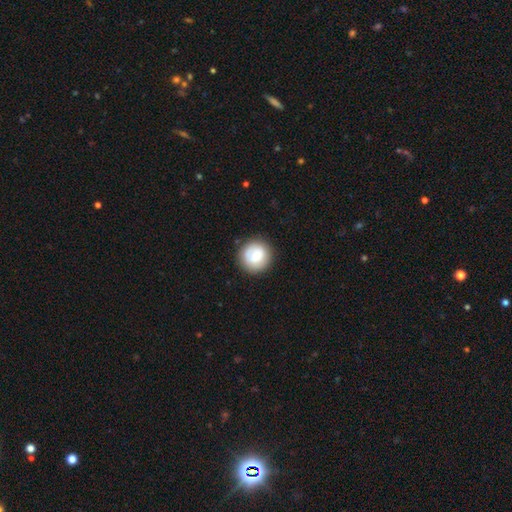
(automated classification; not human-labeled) Q: Smooth or featured?
A: smooth (76%); runner-up: featured or disk (17%)
Q: How rounded?
A: round (94%); runner-up: in between (5%)
Q: Merging?
A: none (87%); runner-up: minor disturbance (9%)